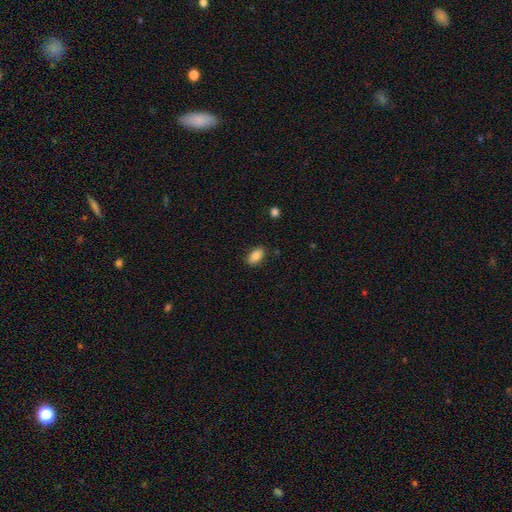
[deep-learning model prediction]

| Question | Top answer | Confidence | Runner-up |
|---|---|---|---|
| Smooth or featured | smooth | 86% | star or artifact (8%) |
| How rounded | in between | 92% | round (5%) |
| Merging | none | 85% | minor disturbance (11%) |